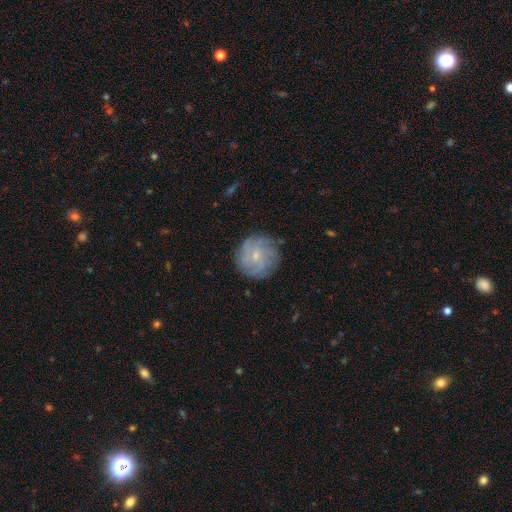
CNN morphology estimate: Smooth or featured?
  - featured or disk: 56% *
  - smooth: 35%
  - star or artifact: 10%
Edge-on disk?
  - no: 97% *
  - yes: 3%
Bar?
  - no: 72% *
  - weak: 24%
  - strong: 3%
Spiral arms?
  - yes: 82% *
  - no: 18%
Bulge size?
  - small: 74% *
  - moderate: 22%
  - none: 3%
  - large: 1%
  - dominant: 1%
Merging?
  - none: 82% *
  - minor disturbance: 13%
  - major disturbance: 4%
  - merger: 1%